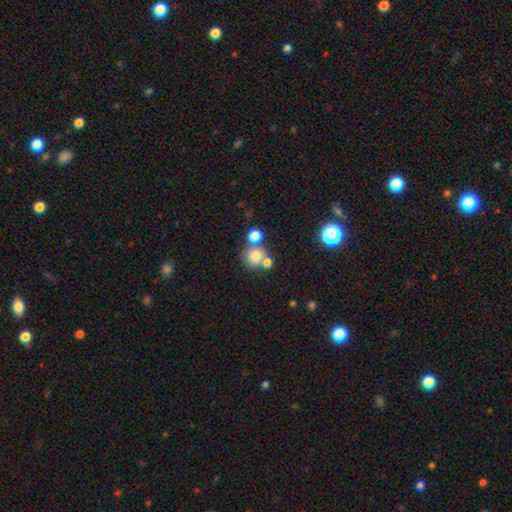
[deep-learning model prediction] Smooth or featured? Predicted: smooth (p=0.76). How rounded? Predicted: round (p=0.86). Merging? Predicted: none (p=0.52).